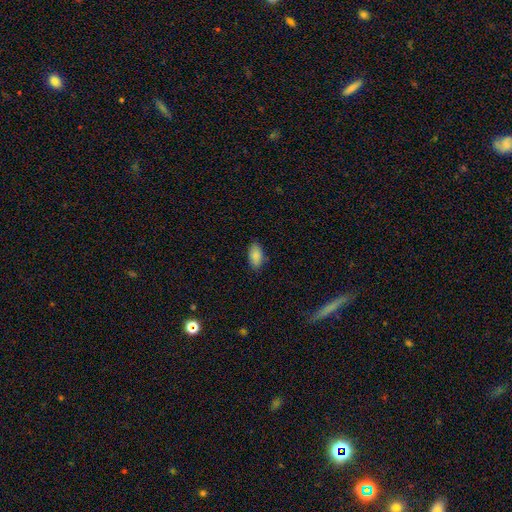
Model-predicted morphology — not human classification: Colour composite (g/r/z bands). It shows a smooth galaxy with no disk features (88%) that is in between round and cigar-shaped (92%). Merging: none (84%).